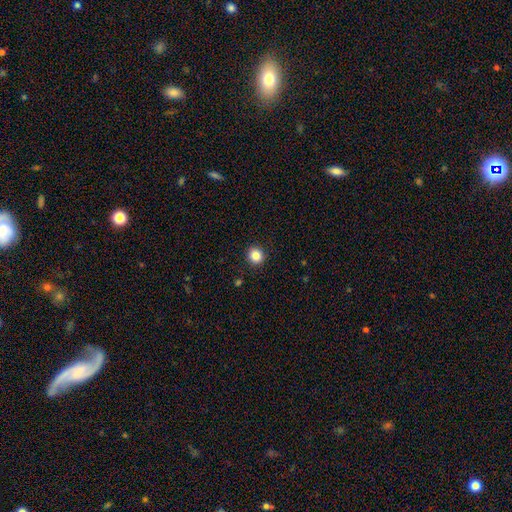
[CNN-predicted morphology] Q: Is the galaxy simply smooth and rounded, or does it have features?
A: smooth — 85%.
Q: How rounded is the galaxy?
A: round — 87%.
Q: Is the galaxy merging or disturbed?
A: none — 92%.